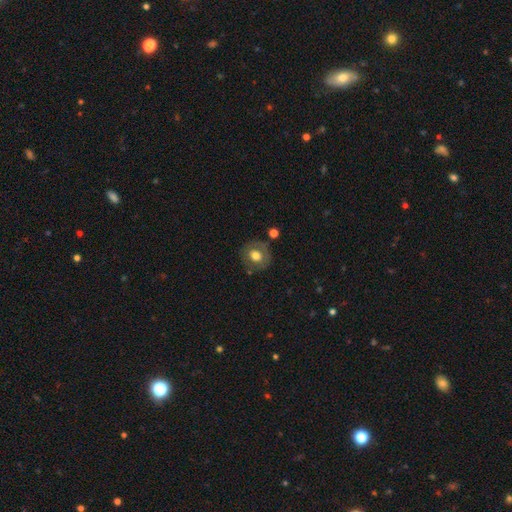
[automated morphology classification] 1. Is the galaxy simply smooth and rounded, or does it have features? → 64% smooth, 28% featured or disk, 9% star or artifact.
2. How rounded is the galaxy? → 80% round, 19% in between, 1% cigar-shaped.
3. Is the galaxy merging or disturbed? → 77% none, 14% minor disturbance, 5% major disturbance, 4% merger.